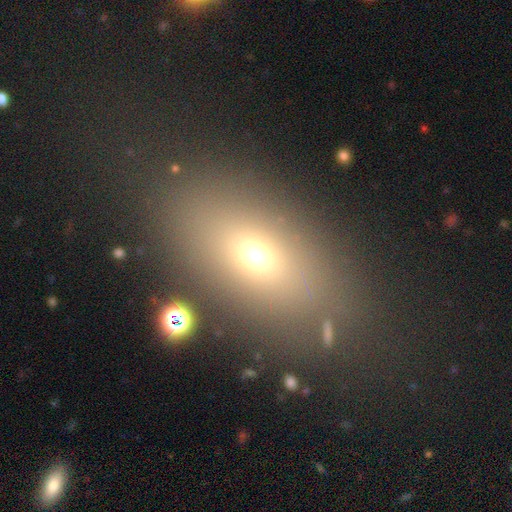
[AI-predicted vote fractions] A smooth galaxy with no disk features (66%) that is in between round and cigar-shaped (77%).

Vote fractions:
- Smooth or featured? smooth: 66% / star or artifact: 18% / featured or disk: 17%
- How rounded? in between: 77% / round: 15% / cigar-shaped: 8%
- Merging? none: 78% / minor disturbance: 11% / major disturbance: 7% / merger: 4%